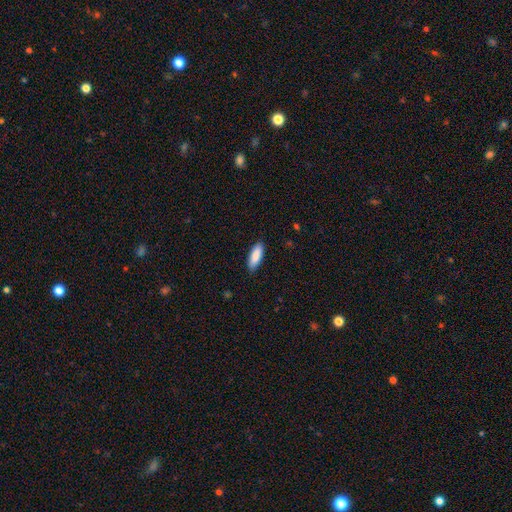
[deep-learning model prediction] Smooth or featured? smooth (88%)
How rounded? in between (65%)
Merging? none (87%)